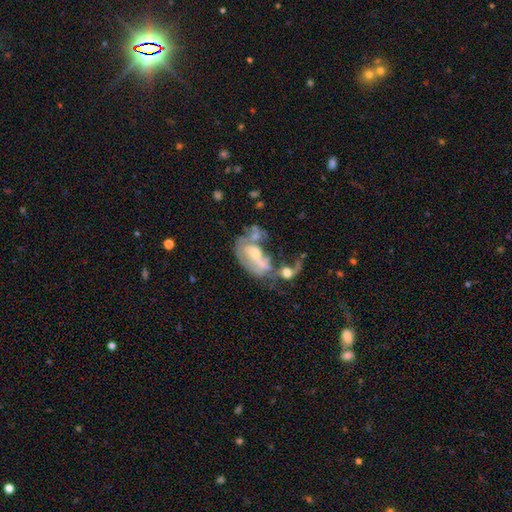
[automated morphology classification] Smooth or featured?
  - featured or disk: 65% *
  - smooth: 25%
  - star or artifact: 10%
Edge-on disk?
  - no: 94% *
  - yes: 6%
Bar?
  - no: 55% *
  - weak: 31%
  - strong: 14%
Spiral arms?
  - yes: 50% * (tied)
  - no: 50% * (tied)
Bulge size?
  - small: 44% *
  - moderate: 43%
  - none: 7%
  - large: 4%
  - dominant: 1%
Merging?
  - merger: 46% *
  - major disturbance: 27%
  - none: 15%
  - minor disturbance: 12%